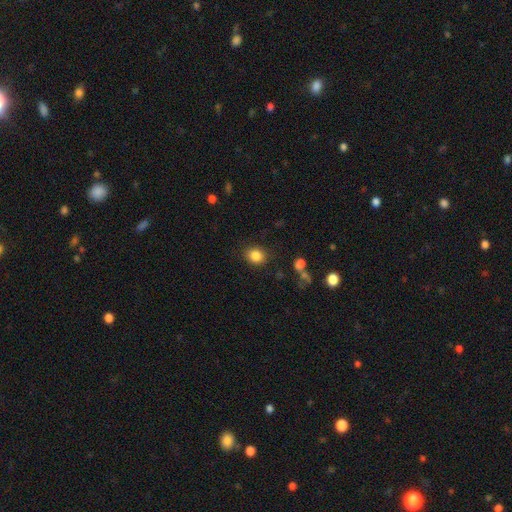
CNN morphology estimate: A smooth galaxy with no disk features (85%) that is round (66%). Merging: none (86%).